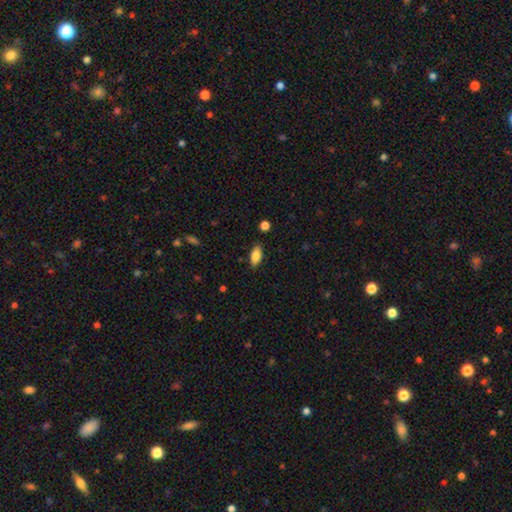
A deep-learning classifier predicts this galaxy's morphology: smooth-or-featured: smooth: 80% | featured or disk: 13% | star or artifact: 7%
  how-rounded: in between: 87% | cigar-shaped: 11% | round: 3%
  merging: none: 86% | minor disturbance: 10% | major disturbance: 2% | merger: 2%